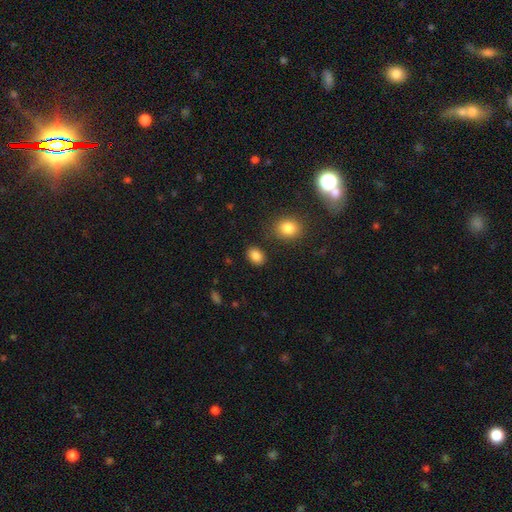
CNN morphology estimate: This appears to be a smooth galaxy with no disk features (86%) that is in between round and cigar-shaped (76%). Merging: none (84%).